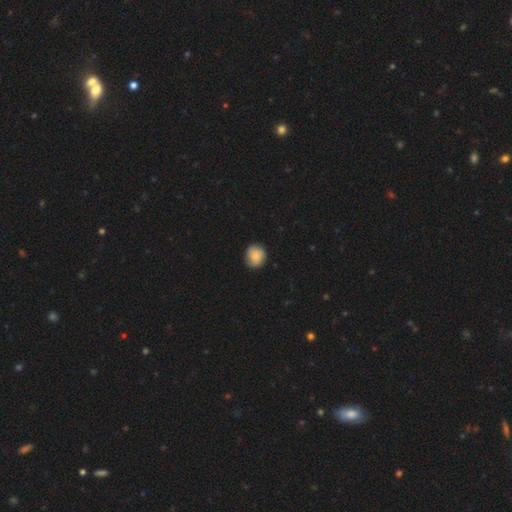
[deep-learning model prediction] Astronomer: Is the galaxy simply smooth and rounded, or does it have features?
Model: smooth — 82%.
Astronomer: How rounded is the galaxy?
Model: round — 86%.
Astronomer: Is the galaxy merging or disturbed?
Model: none — 83%.